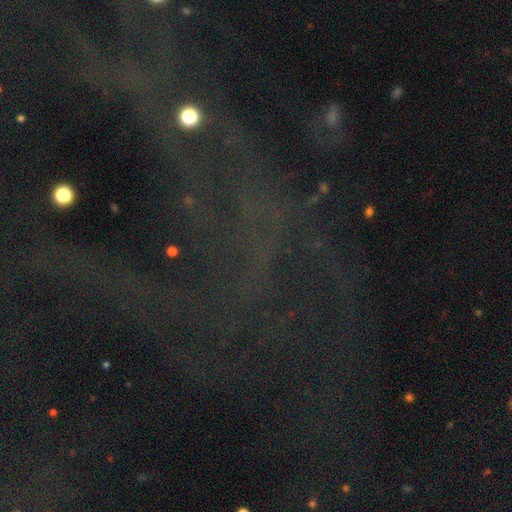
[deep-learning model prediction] A star or artifact, not a galaxy (70%).

Vote fractions:
- Smooth or featured? star or artifact: 70% / featured or disk: 18% / smooth: 12%